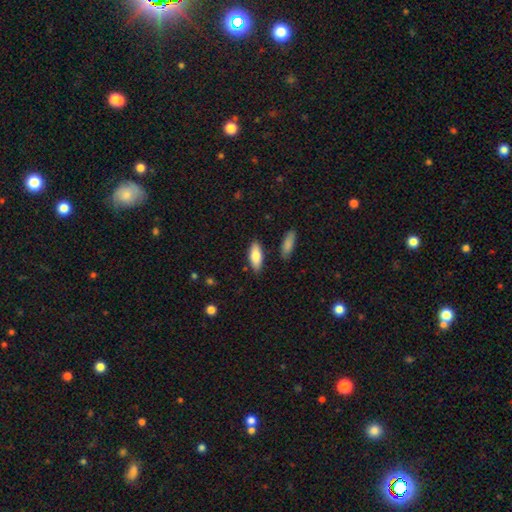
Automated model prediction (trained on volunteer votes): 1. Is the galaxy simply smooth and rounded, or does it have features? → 81% smooth, 13% featured or disk, 6% star or artifact.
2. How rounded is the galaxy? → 76% in between, 21% cigar-shaped, 2% round.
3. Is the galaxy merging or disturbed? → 84% none, 10% minor disturbance, 3% merger, 2% major disturbance.